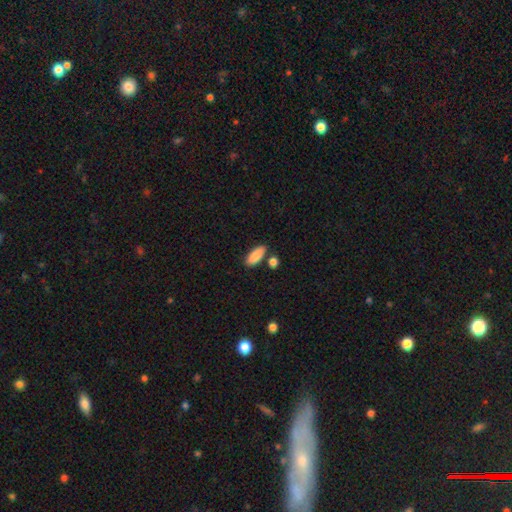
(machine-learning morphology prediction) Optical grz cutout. It shows a smooth galaxy with no disk features (88%) that is in between round and cigar-shaped (80%). Merging: none (76%).